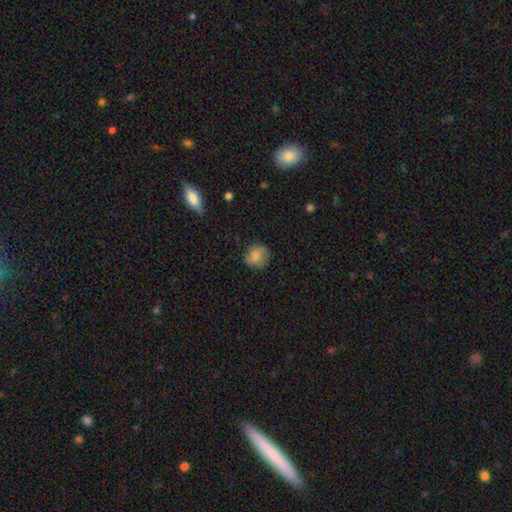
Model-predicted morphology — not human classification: smooth 81%, featured or disk 10%, star or artifact 8%. Down the decision tree: how rounded — round (85%); merging — none (79%).